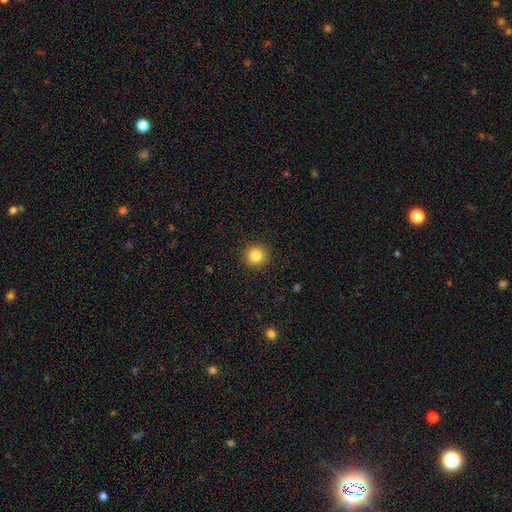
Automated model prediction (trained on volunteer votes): A smooth galaxy with no disk features (84%) that is round (93%). Merging: none (92%).